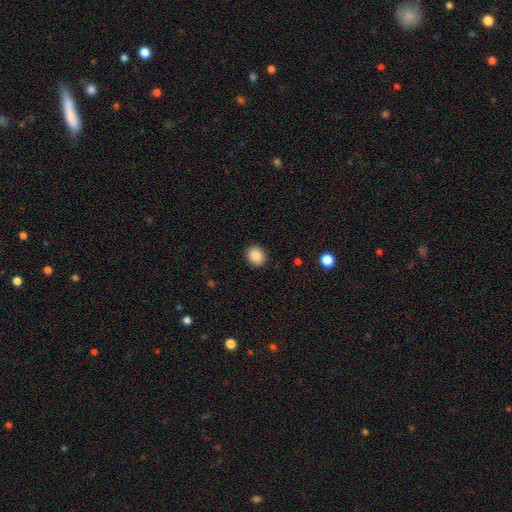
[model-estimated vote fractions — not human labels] Morphology: type=smooth (88%); roundness=round (71%); merging=none (90%).